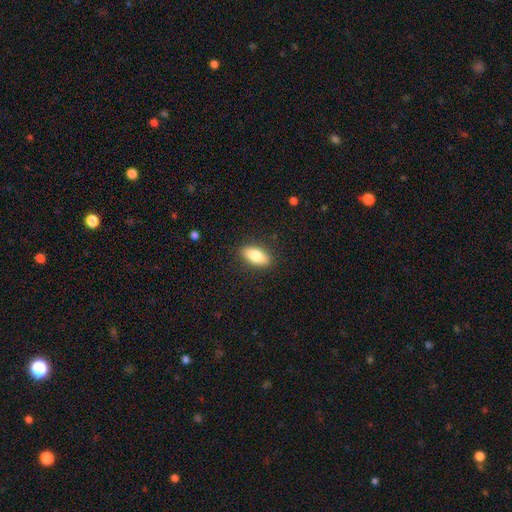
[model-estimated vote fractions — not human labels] Smooth or featured? Predicted: smooth (p=0.82). How rounded? Predicted: in between (p=0.84). Merging? Predicted: none (p=0.87).